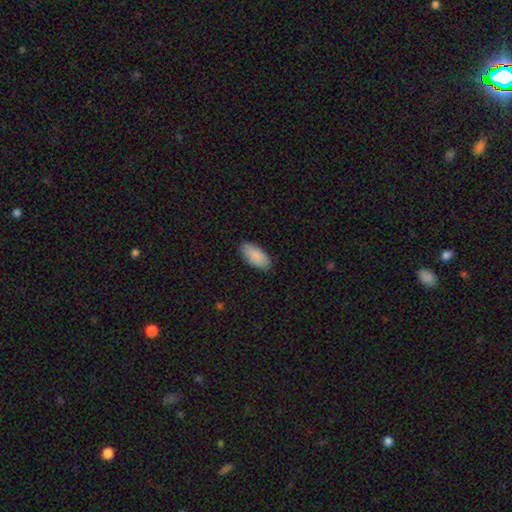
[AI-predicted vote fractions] Overall: smooth (90%). How rounded: in between (92%). Merging: none (86%).